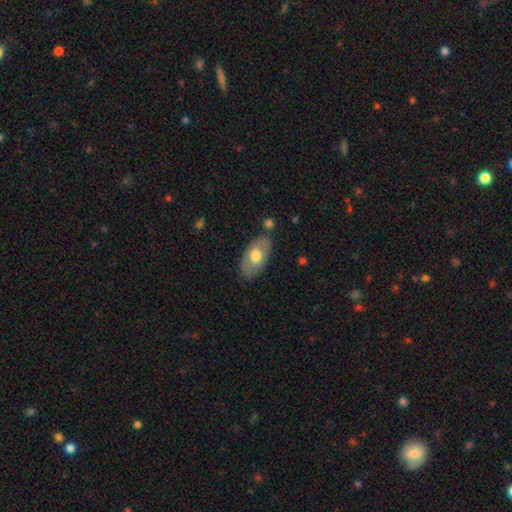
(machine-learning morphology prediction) smooth-or-featured: smooth: 66% | featured or disk: 28% | star or artifact: 6%
  how-rounded: in between: 93% | round: 4% | cigar-shaped: 3%
  merging: none: 76% | minor disturbance: 16% | merger: 4% | major disturbance: 4%